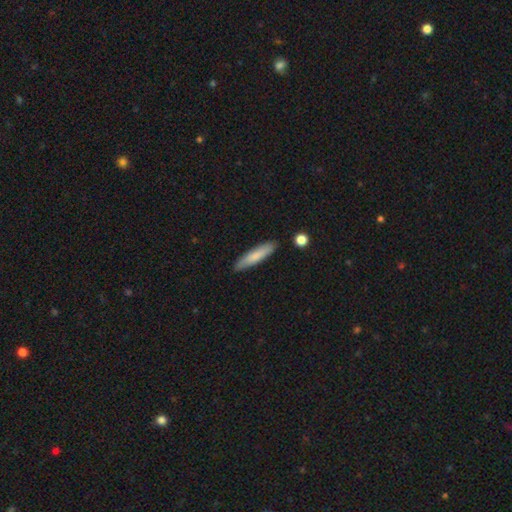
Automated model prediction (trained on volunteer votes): Overall: smooth (78%). How rounded: cigar-shaped (84%). Merging: none (87%).